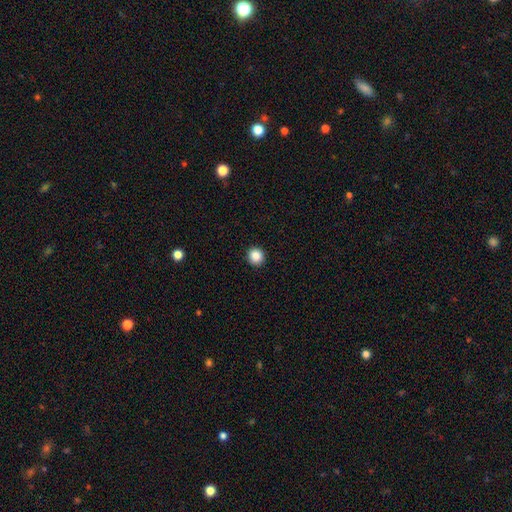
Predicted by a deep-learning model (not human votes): smooth 87%, star or artifact 10%, featured or disk 3%. Down the decision tree: how rounded — round (91%); merging — none (93%).